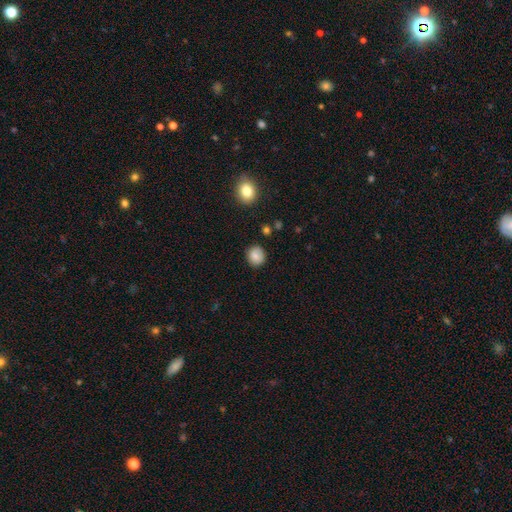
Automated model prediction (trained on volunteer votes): Smooth or featured? Predicted: smooth (p=0.84). How rounded? Predicted: round (p=0.81). Merging? Predicted: none (p=0.86).